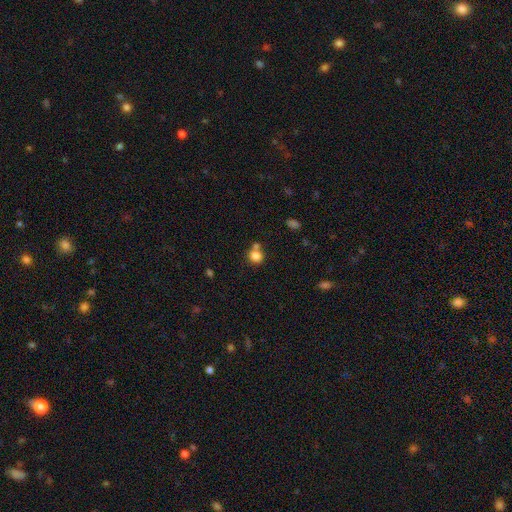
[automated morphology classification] Smooth or featured? Predicted: smooth (p=0.82). How rounded? Predicted: round (p=0.85). Merging? Predicted: none (p=0.57).